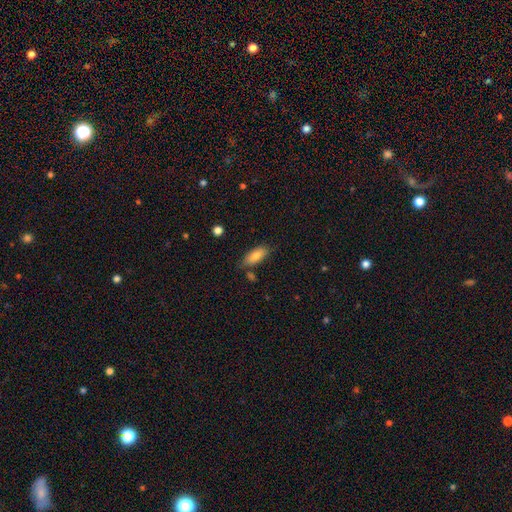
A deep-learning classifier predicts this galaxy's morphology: smooth_or_featured: smooth (p=0.79) [alt: featured or disk p=0.14]
how_rounded: in between (p=0.80) [alt: cigar-shaped p=0.17]
merging: none (p=0.73) [alt: minor disturbance p=0.18]